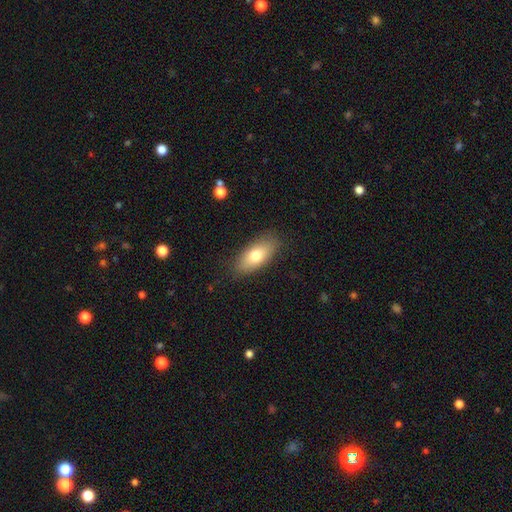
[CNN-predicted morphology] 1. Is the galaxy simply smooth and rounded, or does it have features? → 74% smooth, 19% featured or disk, 7% star or artifact.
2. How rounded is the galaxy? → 84% in between, 13% cigar-shaped, 3% round.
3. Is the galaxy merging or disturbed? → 85% none, 11% minor disturbance, 3% major disturbance, 1% merger.